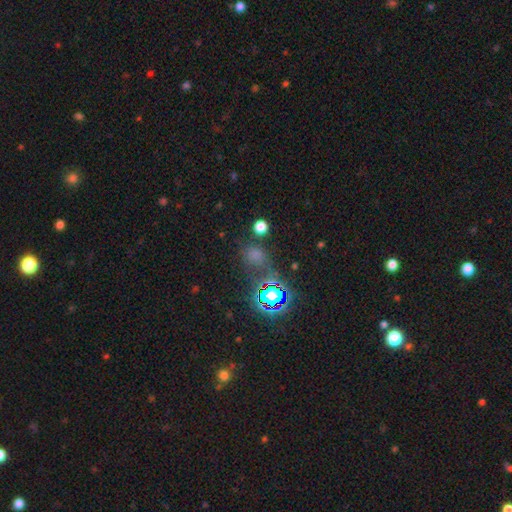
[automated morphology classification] This appears to be a smooth galaxy with no disk features (57%) that is round (67%). Merging: none (66%).